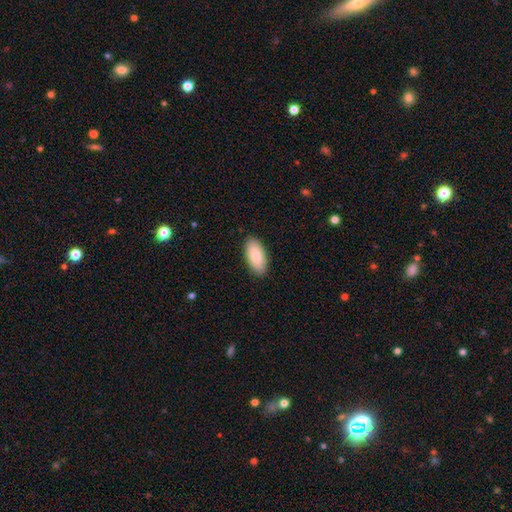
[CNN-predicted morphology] type=smooth (85%); roundness=in between (92%); merging=none (89%).